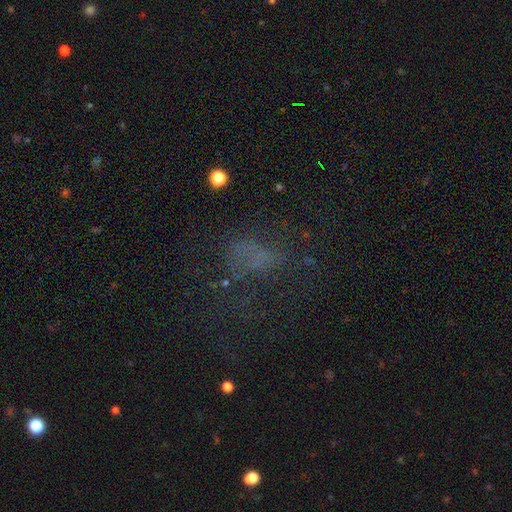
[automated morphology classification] The model was most divided on "smooth or featured" (2-way tie): star or artifact: 35%, smooth: 35%, featured or disk: 30%.